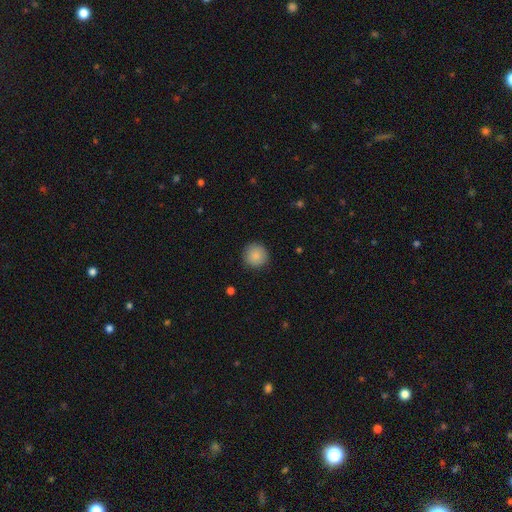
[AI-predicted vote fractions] This appears to be a smooth galaxy with no disk features (88%) that is round (95%). Merging: none (90%).